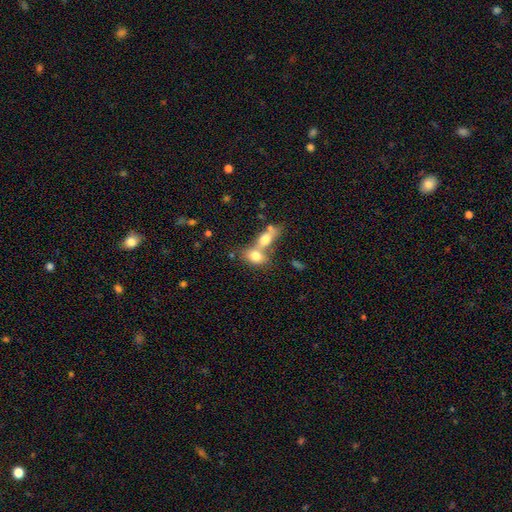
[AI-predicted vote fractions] Smooth or featured? smooth (76%)
How rounded? in between (75%)
Merging? merger (65%)